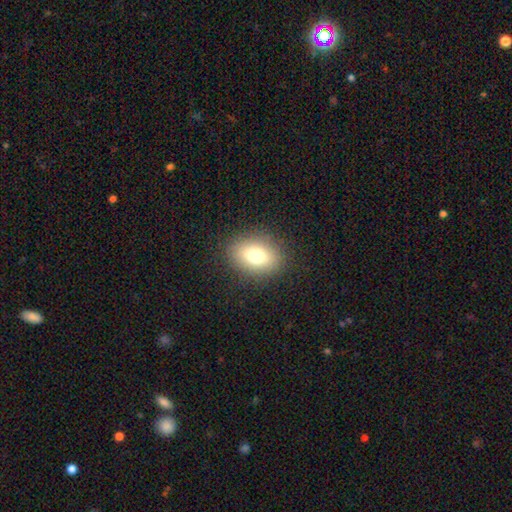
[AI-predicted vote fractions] Overall: smooth (74%). How rounded: in between (69%; round 30%). Merging: none (87%).